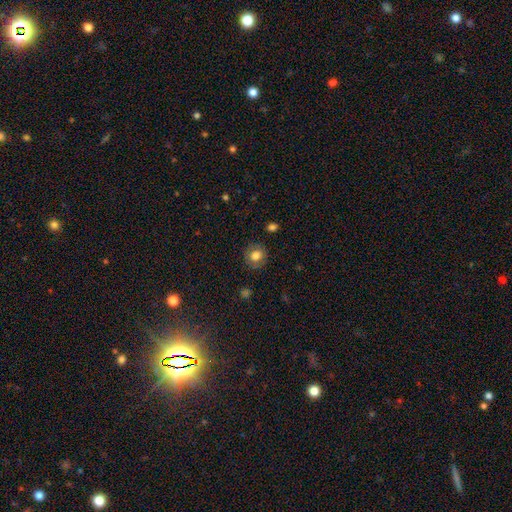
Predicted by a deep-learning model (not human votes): A smooth galaxy with no disk features (77%) that is round (85%).

Vote fractions:
- Smooth or featured? smooth: 77% / featured or disk: 13% / star or artifact: 10%
- How rounded? round: 85% / in between: 14% / cigar-shaped: 1%
- Merging? none: 86% / minor disturbance: 10% / major disturbance: 3% / merger: 1%